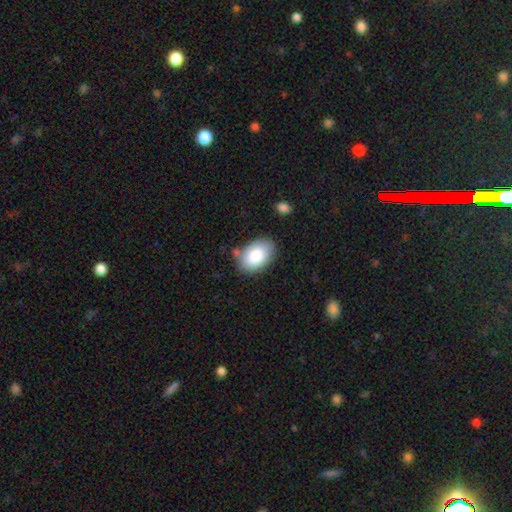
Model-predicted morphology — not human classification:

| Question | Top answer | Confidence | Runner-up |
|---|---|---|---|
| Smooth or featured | smooth | 84% | featured or disk (10%) |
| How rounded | in between | 91% | round (8%) |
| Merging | none | 79% | minor disturbance (14%) |